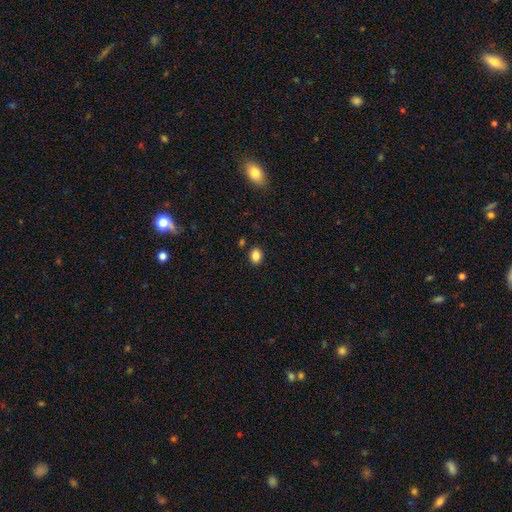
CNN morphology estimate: smooth 85%, star or artifact 10%, featured or disk 5%. Down the decision tree: how rounded — in between (58%); merging — none (87%).